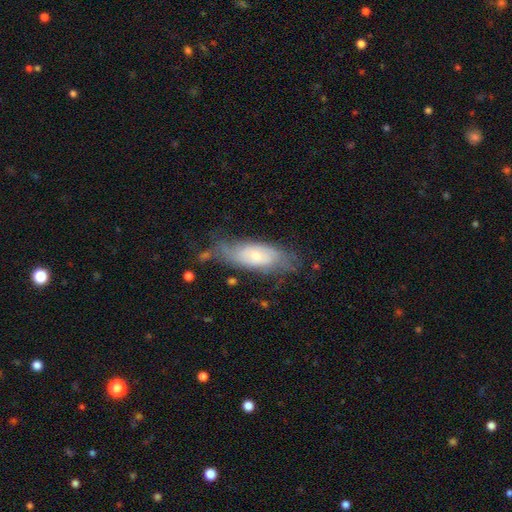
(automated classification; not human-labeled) featured or disk 58%, smooth 35%, star or artifact 7%. Down the decision tree: edge-on disk — no (84%); merging — none (54%).